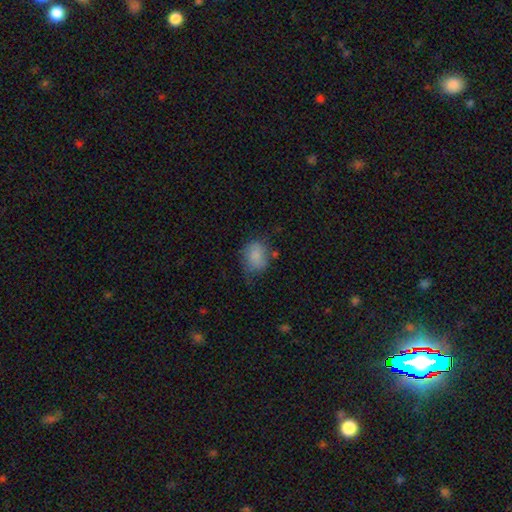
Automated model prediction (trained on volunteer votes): Morphology: type=smooth (80%); roundness=in between (51%); merging=none (51%).